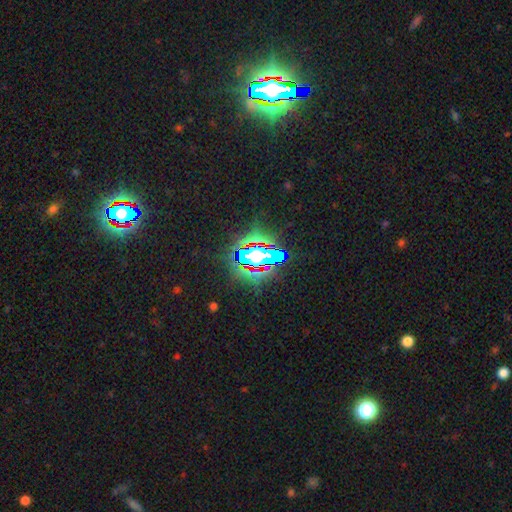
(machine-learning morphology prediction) The model was most divided on "smooth or featured": star or artifact: 69%, smooth: 18%, featured or disk: 14%.